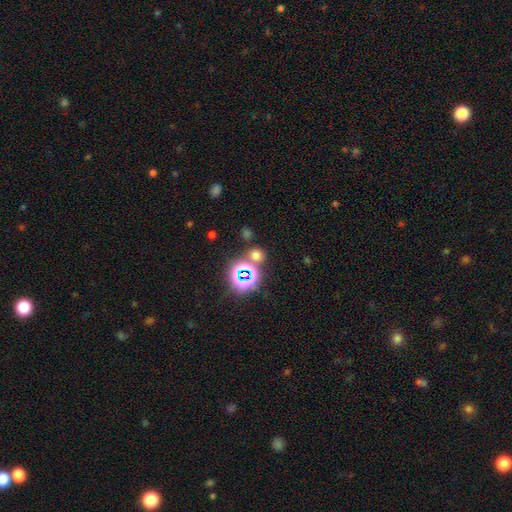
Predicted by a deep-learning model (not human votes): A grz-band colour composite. It shows a smooth galaxy with no disk features (57%) that is round (82%). Merging: none (74%).